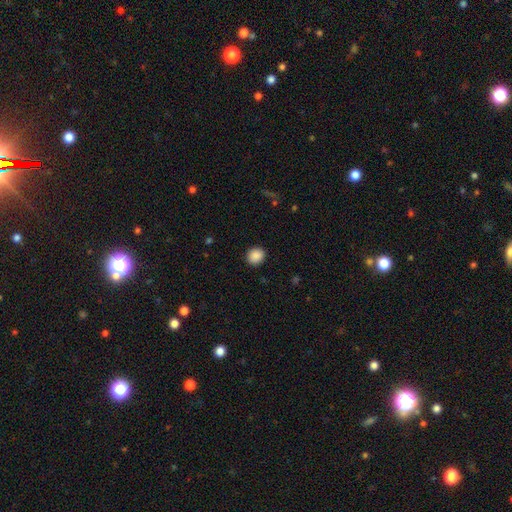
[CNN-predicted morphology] smooth-or-featured: smooth: 89% | star or artifact: 9% | featured or disk: 3%
  how-rounded: round: 83% | in between: 16% | cigar-shaped: 1%
  merging: none: 90% | minor disturbance: 6% | major disturbance: 2% | merger: 1%